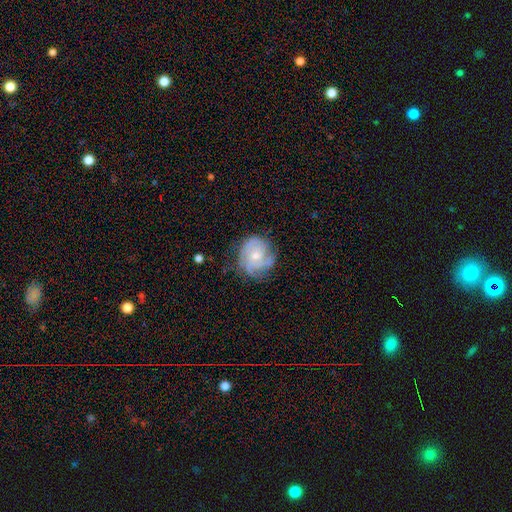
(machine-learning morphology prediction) Q: Smooth or featured?
A: featured or disk (76%); runner-up: smooth (17%)
Q: Edge-on disk?
A: no (98%); runner-up: yes (2%)
Q: Bar?
A: no (71%); runner-up: weak (25%)
Q: Spiral arms?
A: yes (93%); runner-up: no (7%)
Q: Spiral winding?
A: tight (51%); runner-up: medium (37%)
Q: Spiral arm count?
A: 3 (35%); runner-up: can't tell (26%)
Q: Bulge size?
A: small (57%); runner-up: moderate (38%)
Q: Merging?
A: none (64%); runner-up: minor disturbance (24%)